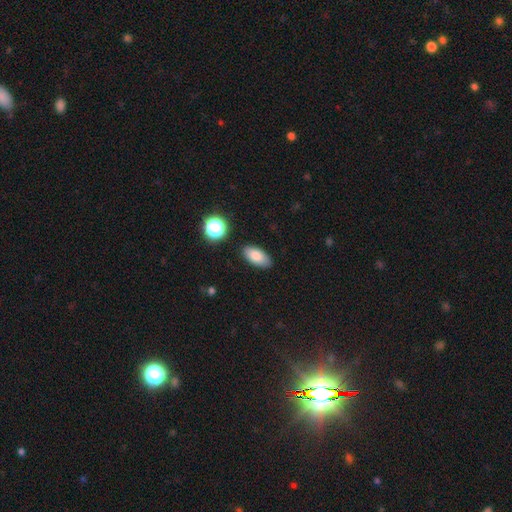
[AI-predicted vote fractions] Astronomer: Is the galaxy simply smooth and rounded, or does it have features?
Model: smooth — 82%.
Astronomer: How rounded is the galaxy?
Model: in between — 90%.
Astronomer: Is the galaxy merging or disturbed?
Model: none — 87%.